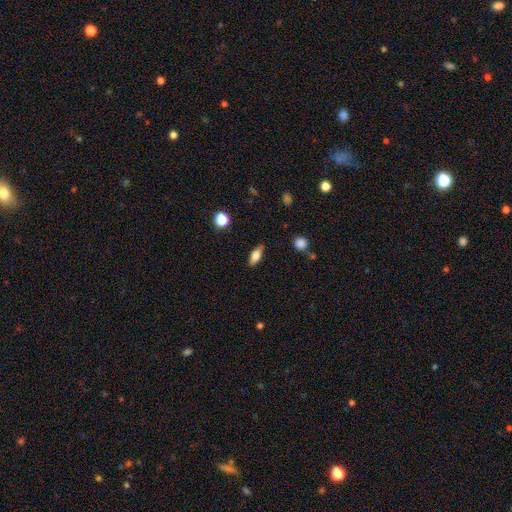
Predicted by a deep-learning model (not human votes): Smooth or featured? smooth (66%)
How rounded? in between (73%)
Merging? none (84%)